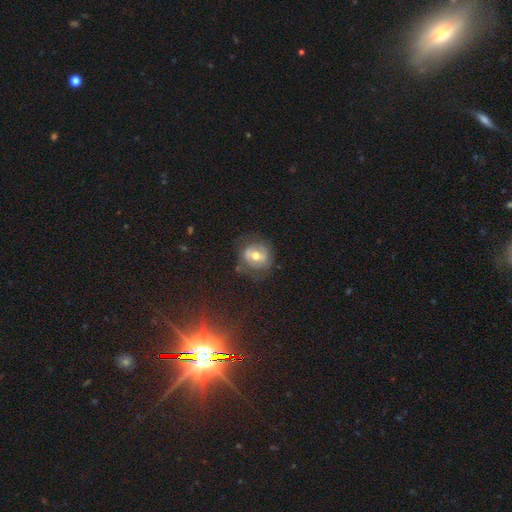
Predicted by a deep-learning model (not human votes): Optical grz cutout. It shows a featured or disk galaxy (52%). Merging: none (66%).